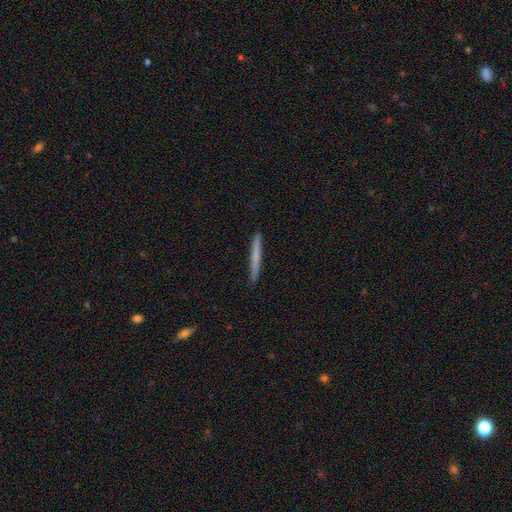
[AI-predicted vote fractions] Smooth or featured: smooth — 62% (featured or disk — 32%)
How rounded: cigar-shaped — 97% (in between — 2%)
Merging: none — 91% (minor disturbance — 6%)